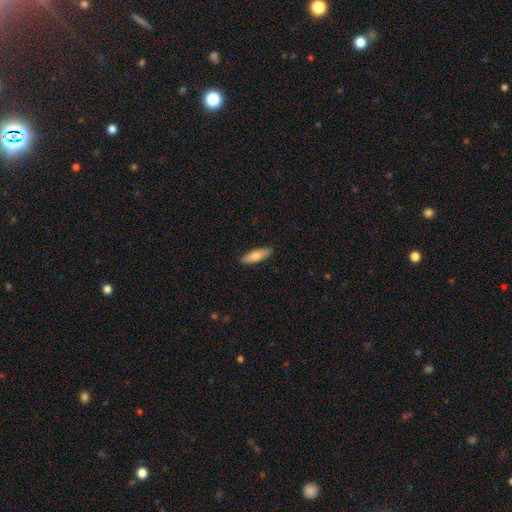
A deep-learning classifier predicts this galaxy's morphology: Smooth or featured? Predicted: smooth (p=0.78). How rounded? Predicted: in between (p=0.52). Merging? Predicted: none (p=0.89).